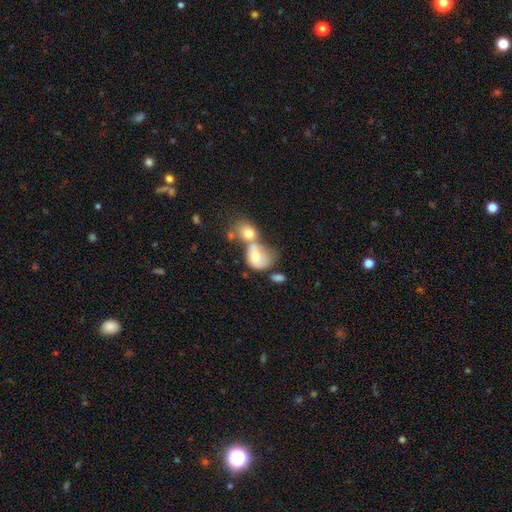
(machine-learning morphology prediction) smooth 63%, featured or disk 27%, star or artifact 10%. Down the decision tree: how rounded — in between (54%); merging — merger (70%).